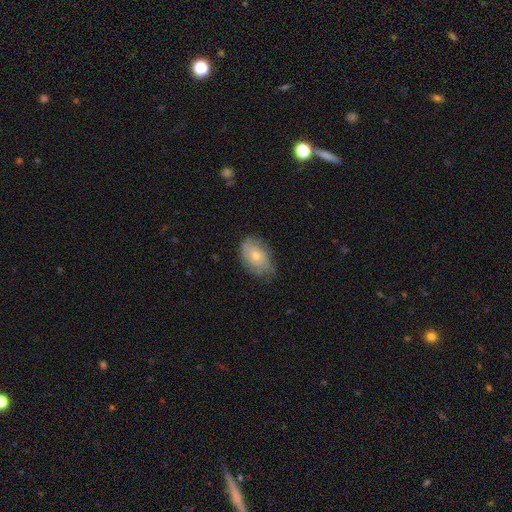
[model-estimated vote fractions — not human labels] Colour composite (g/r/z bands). It shows a featured or disk galaxy (54%) with no bar (81%), spiral arms (78%) and a moderate central bulge (48%). Merging: none (70%).